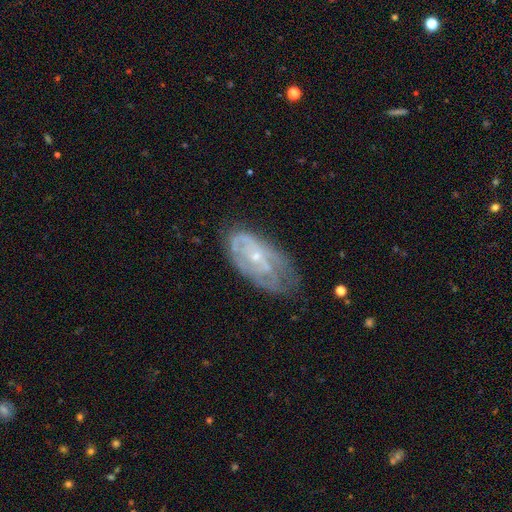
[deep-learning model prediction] Smooth or featured? Predicted: featured or disk (p=0.72). Edge-on disk? Predicted: no (p=0.93). Bar? Predicted: no (p=0.72). Spiral arms? Predicted: yes (p=0.72). Bulge size? Predicted: small (p=0.73). Merging? Predicted: none (p=0.52).